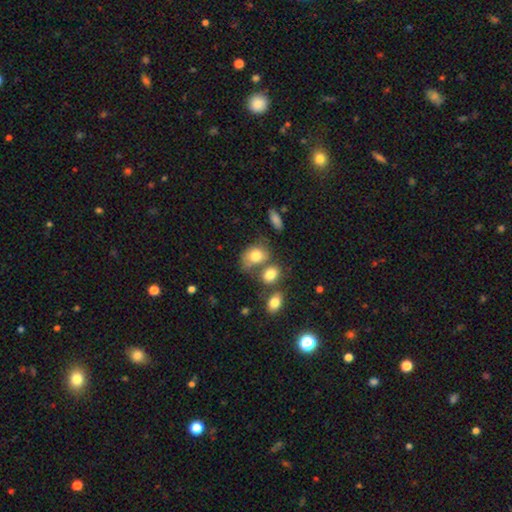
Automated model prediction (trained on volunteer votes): Morphology: type=smooth (74%); roundness=in between (70%); merging=none (38%).